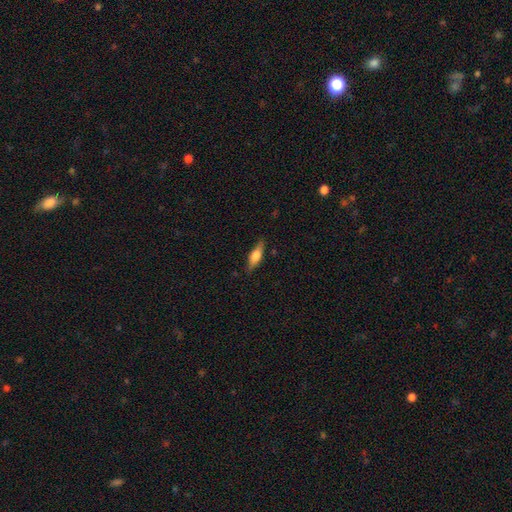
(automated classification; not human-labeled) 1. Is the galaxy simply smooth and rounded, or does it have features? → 59% smooth, 35% featured or disk, 6% star or artifact.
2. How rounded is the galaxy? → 51% cigar-shaped, 46% in between, 3% round.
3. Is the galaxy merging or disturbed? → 83% none, 13% minor disturbance, 3% major disturbance, 1% merger.